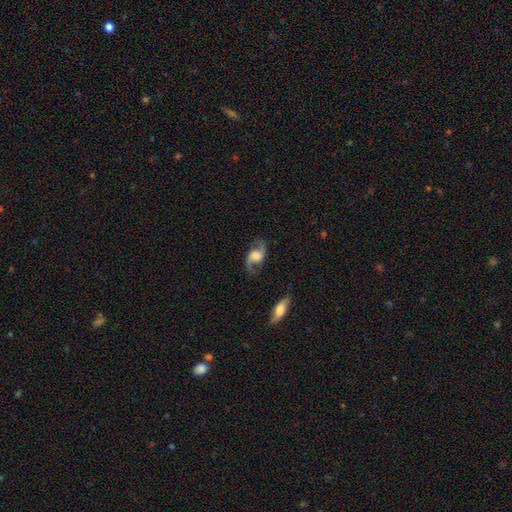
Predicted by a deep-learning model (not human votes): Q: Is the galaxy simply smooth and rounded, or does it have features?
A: featured or disk — 84%.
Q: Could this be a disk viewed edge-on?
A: no — 96%.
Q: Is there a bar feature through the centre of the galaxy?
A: no — 52%.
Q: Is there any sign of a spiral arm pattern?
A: yes — 96%.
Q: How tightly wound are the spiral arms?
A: loose — 61%.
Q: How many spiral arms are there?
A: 2 — 93%.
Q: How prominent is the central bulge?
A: large — 39%.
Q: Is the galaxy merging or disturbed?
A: none — 79%.